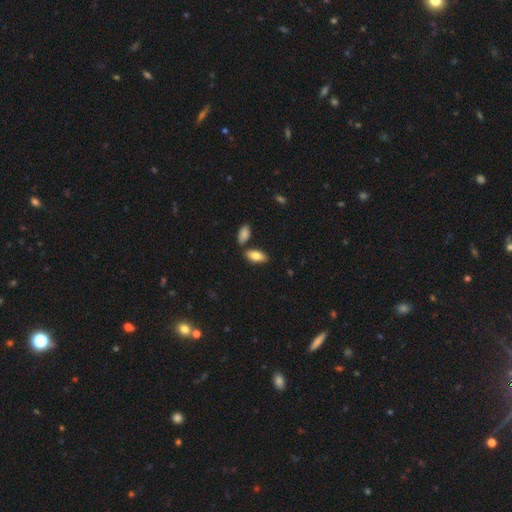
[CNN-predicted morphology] The model was most divided on "merging": none: 76%, merger: 11%, minor disturbance: 11%, major disturbance: 2%. More confident: how rounded — in between (89%); smooth or featured — smooth (81%).